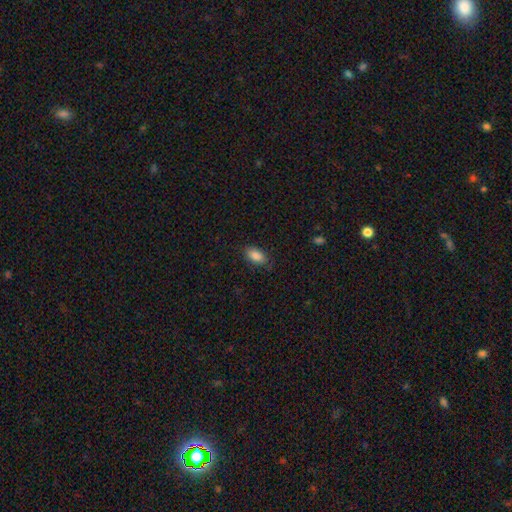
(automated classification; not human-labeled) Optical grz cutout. It shows a smooth galaxy with no disk features (87%) that is in between round and cigar-shaped (91%). Merging: none (82%).